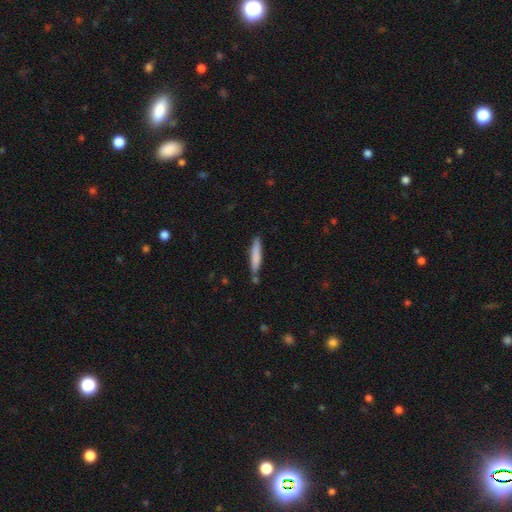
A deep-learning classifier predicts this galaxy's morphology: This is likely a smooth galaxy (77%). How rounded: clearly cigar-shaped (92%). Merging: likely none (76%).